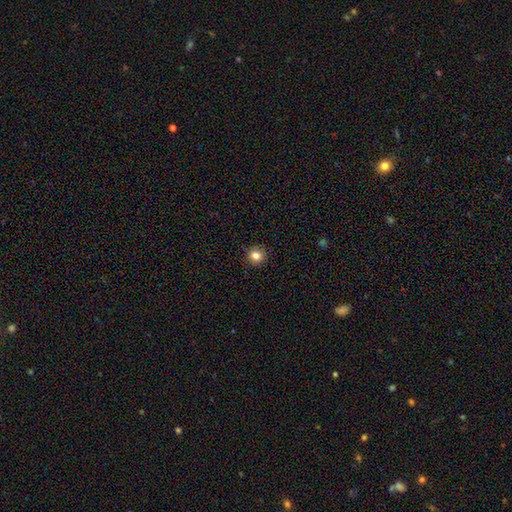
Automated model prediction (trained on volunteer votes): The model was most divided on "smooth or featured": smooth: 83%, star or artifact: 12%, featured or disk: 6%. More confident: how rounded — round (93%); merging — none (91%).